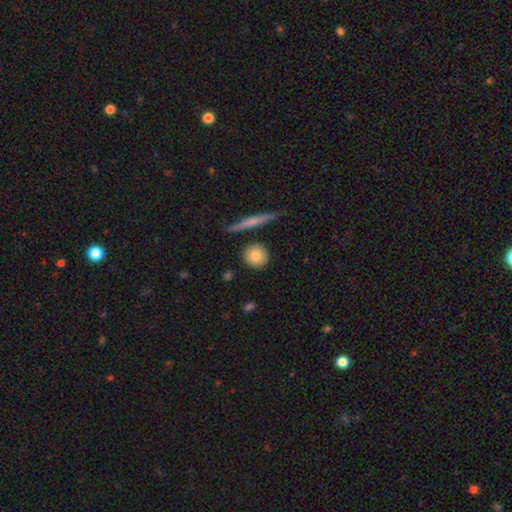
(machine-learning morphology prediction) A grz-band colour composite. It shows a smooth galaxy with no disk features (82%) that is round (88%). Merging: none (85%).